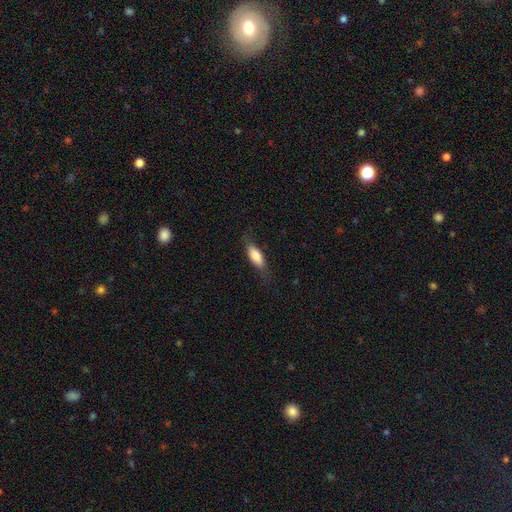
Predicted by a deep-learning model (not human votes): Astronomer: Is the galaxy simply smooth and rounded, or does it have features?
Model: smooth — 79%.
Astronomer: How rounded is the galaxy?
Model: in between — 69%.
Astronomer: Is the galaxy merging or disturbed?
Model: none — 73%.